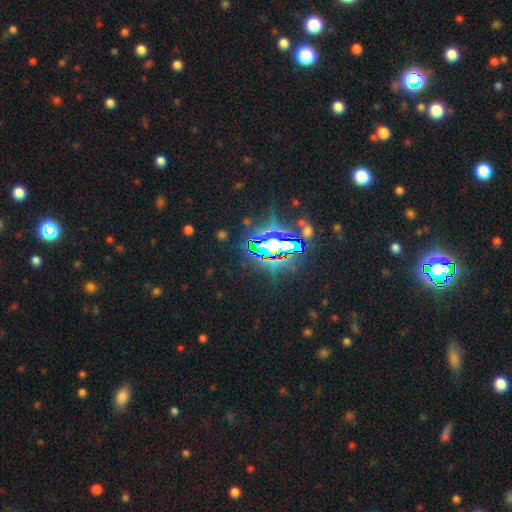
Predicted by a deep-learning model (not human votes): This appears to be a star or artifact, not a galaxy (76%).